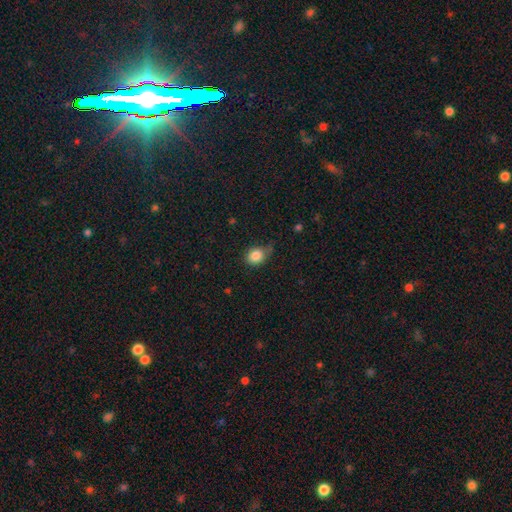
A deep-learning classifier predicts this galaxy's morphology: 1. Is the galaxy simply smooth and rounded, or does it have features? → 84% smooth, 10% star or artifact, 7% featured or disk.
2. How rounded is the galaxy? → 57% round, 42% in between, 1% cigar-shaped.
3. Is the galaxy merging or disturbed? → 55% none, 34% minor disturbance, 8% major disturbance, 2% merger.